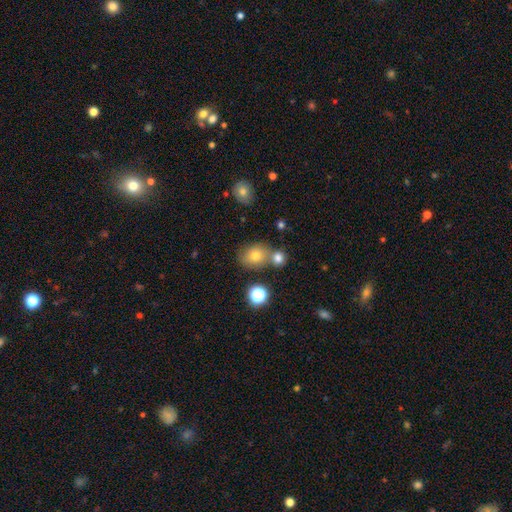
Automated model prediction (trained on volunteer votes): A smooth galaxy with no disk features (69%) that is round (64%).

Vote fractions:
- Smooth or featured? smooth: 69% / star or artifact: 17% / featured or disk: 14%
- How rounded? round: 64% / in between: 34% / cigar-shaped: 1%
- Merging? none: 60% / merger: 24% / minor disturbance: 11% / major disturbance: 4%